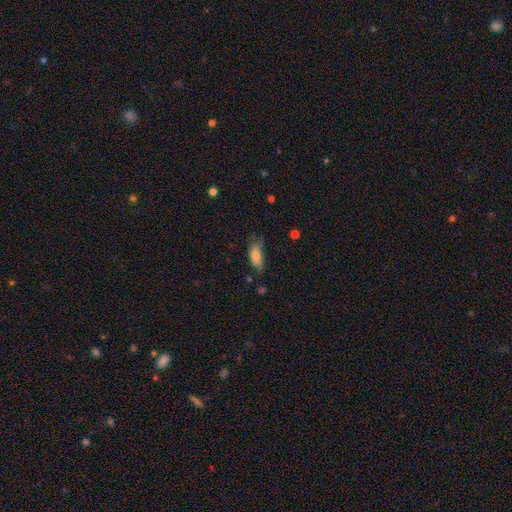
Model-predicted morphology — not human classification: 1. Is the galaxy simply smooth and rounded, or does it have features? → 80% smooth, 13% featured or disk, 7% star or artifact.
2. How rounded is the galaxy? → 81% in between, 16% cigar-shaped, 2% round.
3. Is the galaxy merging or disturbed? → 54% none, 33% minor disturbance, 10% major disturbance, 3% merger.